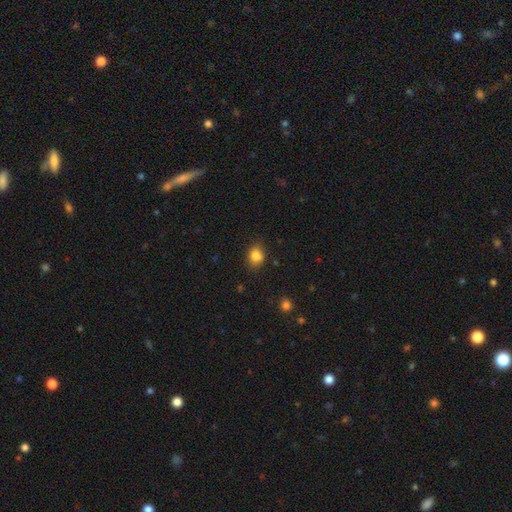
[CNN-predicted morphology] A smooth galaxy with no disk features (84%) that is round (50%). Merging: none (78%).